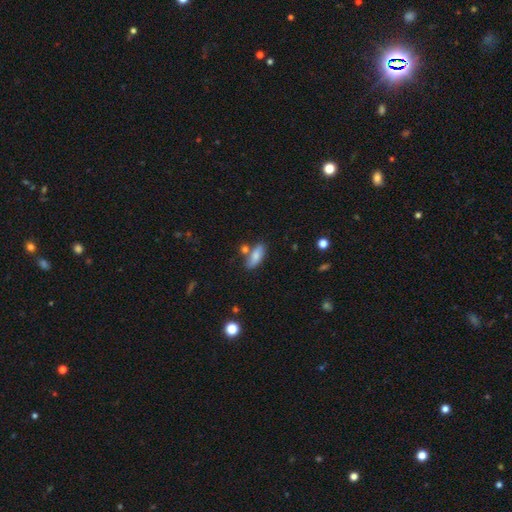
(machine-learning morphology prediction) Smooth or featured?
  - smooth: 77% *
  - featured or disk: 15%
  - star or artifact: 8%
How rounded?
  - in between: 75% *
  - cigar-shaped: 22%
  - round: 3%
Merging?
  - none: 67% *
  - minor disturbance: 16%
  - merger: 12%
  - major disturbance: 4%